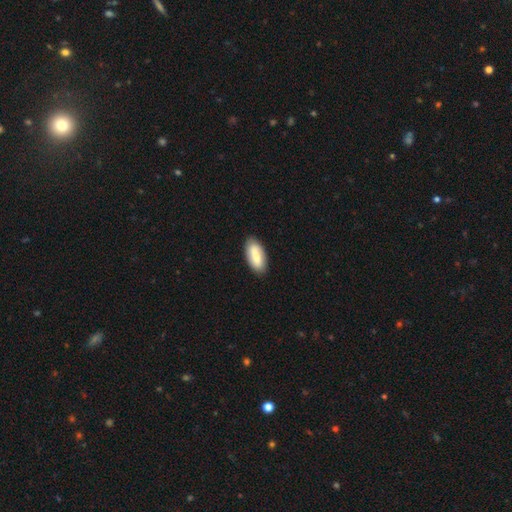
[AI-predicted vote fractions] A smooth galaxy with no disk features (75%) that is in between round and cigar-shaped (87%).

Vote fractions:
- Smooth or featured? smooth: 75% / featured or disk: 19% / star or artifact: 6%
- How rounded? in between: 87% / cigar-shaped: 11% / round: 2%
- Merging? none: 86% / minor disturbance: 11% / major disturbance: 2% / merger: 1%